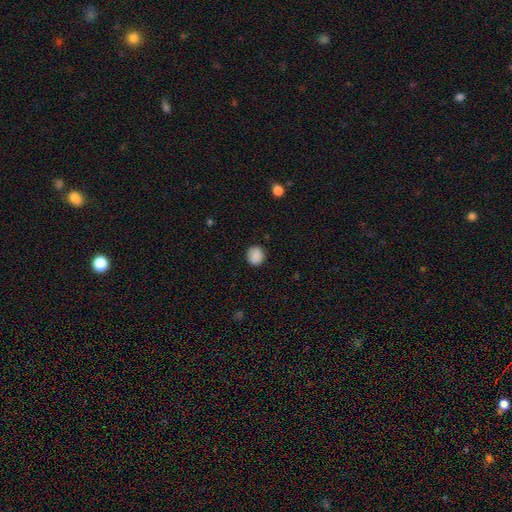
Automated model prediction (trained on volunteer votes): Q: Smooth or featured?
A: smooth (88%); runner-up: star or artifact (9%)
Q: How rounded?
A: round (90%); runner-up: in between (9%)
Q: Merging?
A: none (88%); runner-up: minor disturbance (9%)